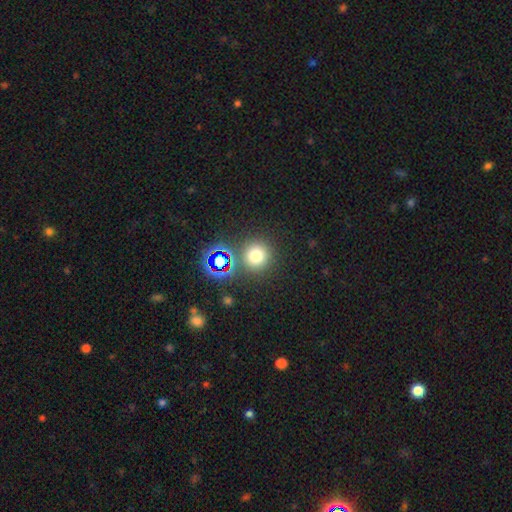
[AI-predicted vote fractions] Overall: smooth (69%). How rounded: round (92%). Merging: none (82%).